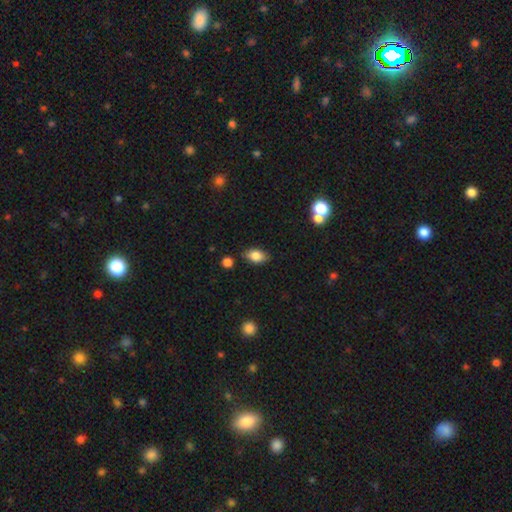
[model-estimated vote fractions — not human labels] A smooth galaxy with no disk features (83%) that is in between round and cigar-shaped (87%).

Vote fractions:
- Smooth or featured? smooth: 83% / featured or disk: 9% / star or artifact: 8%
- How rounded? in between: 87% / round: 11% / cigar-shaped: 3%
- Merging? none: 81% / minor disturbance: 13% / merger: 3% / major disturbance: 3%